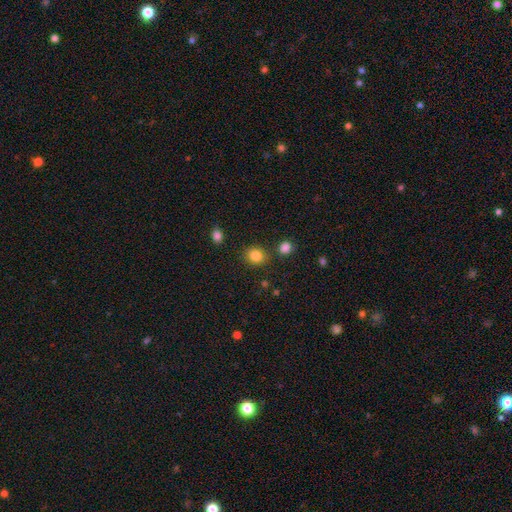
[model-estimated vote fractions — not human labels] The model was most divided on "how rounded": round: 74%, in between: 25%, cigar-shaped: 1%. More confident: smooth or featured — smooth (84%); merging — none (84%).